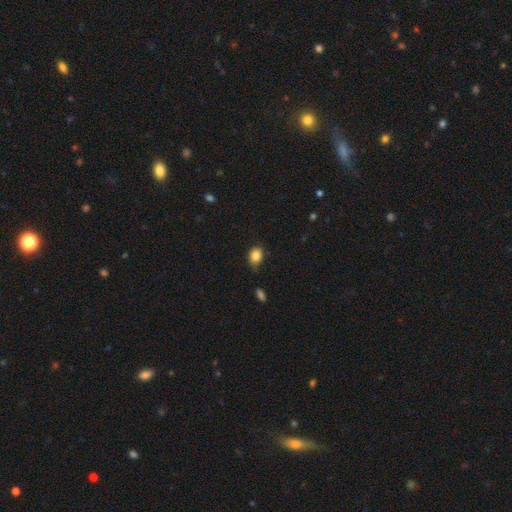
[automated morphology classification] Q: Smooth or featured?
A: smooth (85%); runner-up: star or artifact (9%)
Q: How rounded?
A: in between (62%); runner-up: round (37%)
Q: Merging?
A: none (68%); runner-up: minor disturbance (26%)